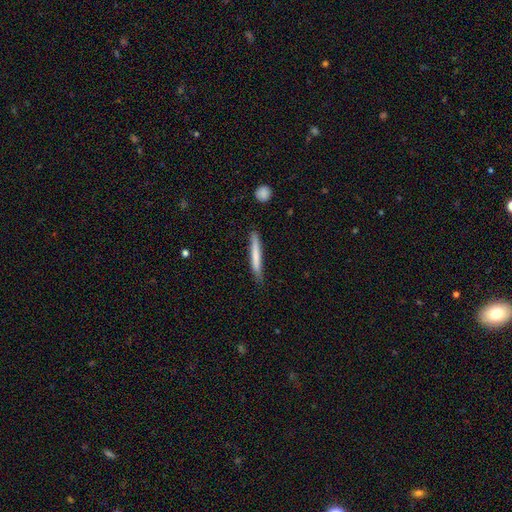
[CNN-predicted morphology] A smooth galaxy with no disk features (69%) that is cigar-shaped (96%). Merging: none (83%).